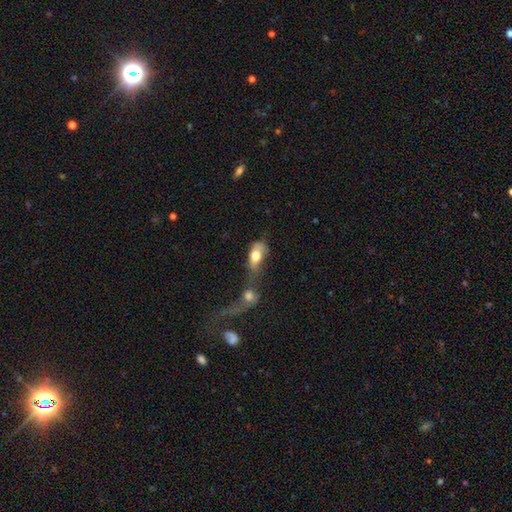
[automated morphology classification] Smooth or featured? smooth (71%)
How rounded? in between (84%)
Merging? merger (57%)